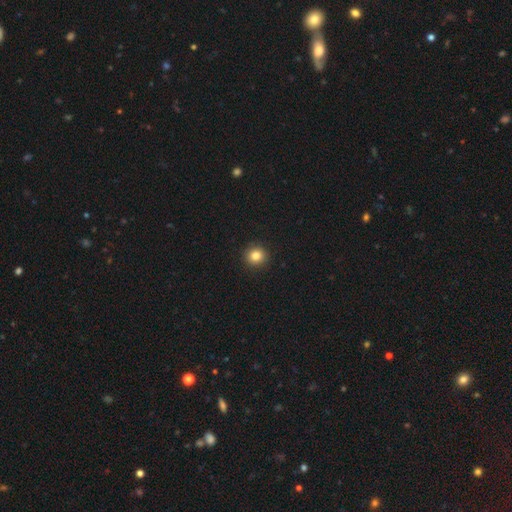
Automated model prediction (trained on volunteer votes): Smooth or featured? Predicted: smooth (p=0.84). How rounded? Predicted: round (p=0.89). Merging? Predicted: none (p=0.92).